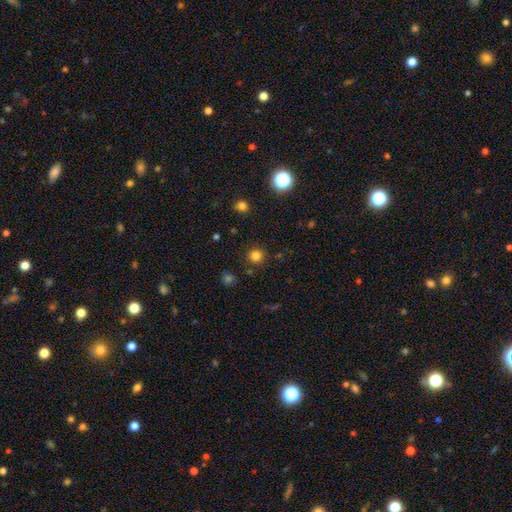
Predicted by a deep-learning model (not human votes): smooth-or-featured: smooth: 80% | star or artifact: 16% | featured or disk: 4%
  how-rounded: round: 94% | in between: 5% | cigar-shaped: 1%
  merging: none: 89% | minor disturbance: 7% | major disturbance: 3% | merger: 2%